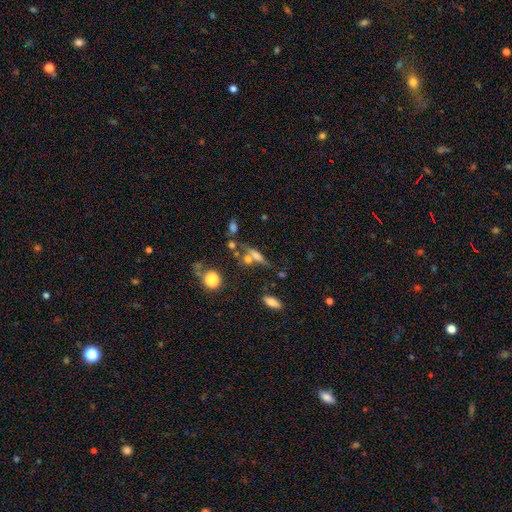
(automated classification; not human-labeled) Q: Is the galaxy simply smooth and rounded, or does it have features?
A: smooth — 45%.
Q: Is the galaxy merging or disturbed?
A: none — 47%.